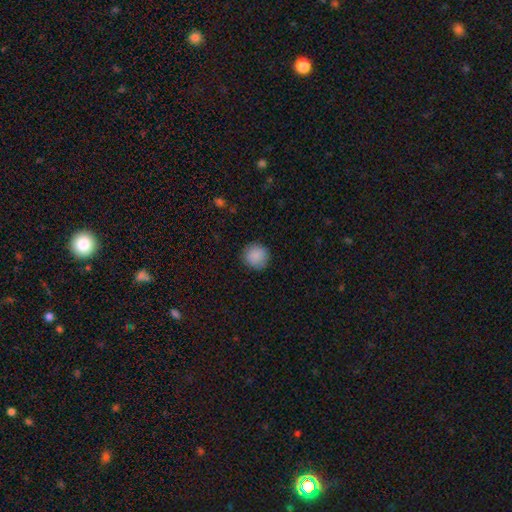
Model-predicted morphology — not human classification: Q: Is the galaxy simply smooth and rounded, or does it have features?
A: smooth — 89%.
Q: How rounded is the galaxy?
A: round — 93%.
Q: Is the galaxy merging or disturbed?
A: none — 89%.